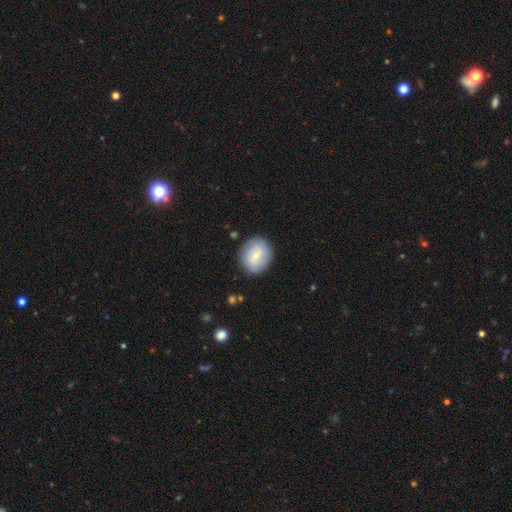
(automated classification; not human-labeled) A smooth galaxy with no disk features (53%) that is round (70%). Merging: none (84%).